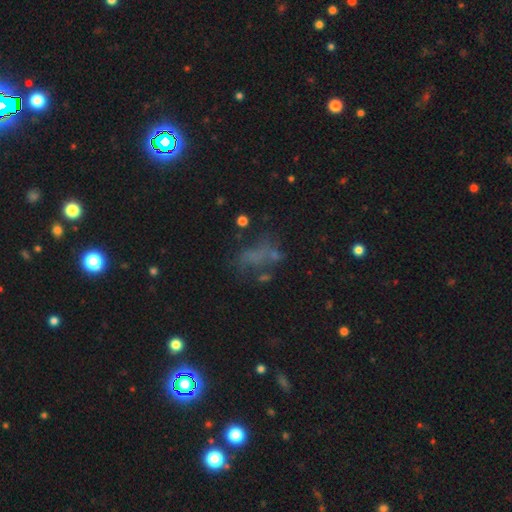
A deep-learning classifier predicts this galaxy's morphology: Smooth or featured? smooth (39%)
Merging? none (43%)